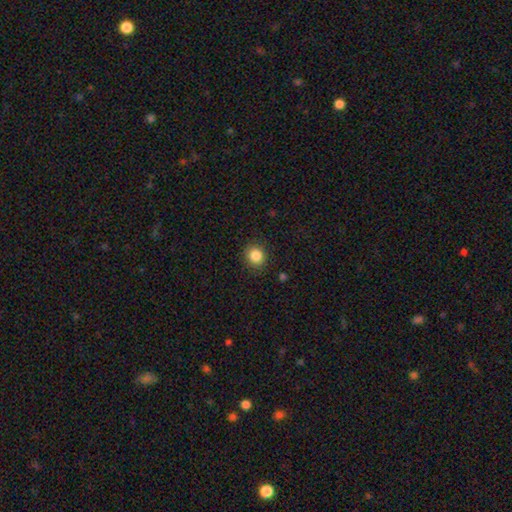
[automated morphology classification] Smooth or featured? smooth (85%)
How rounded? round (84%)
Merging? none (89%)